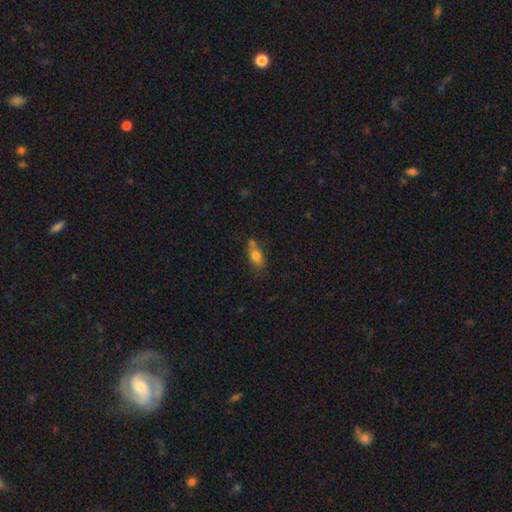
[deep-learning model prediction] Q: Smooth or featured?
A: smooth (77%); runner-up: featured or disk (13%)
Q: How rounded?
A: in between (81%); runner-up: cigar-shaped (11%)
Q: Merging?
A: none (54%); runner-up: minor disturbance (20%)